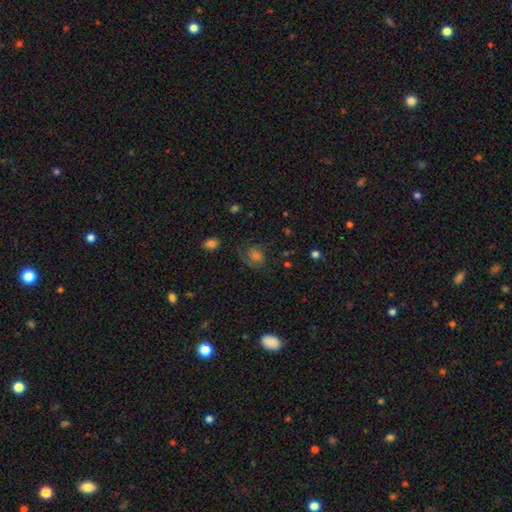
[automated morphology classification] featured or disk 40%, smooth 39%, star or artifact 20%. Down the decision tree: merging — none (61%).